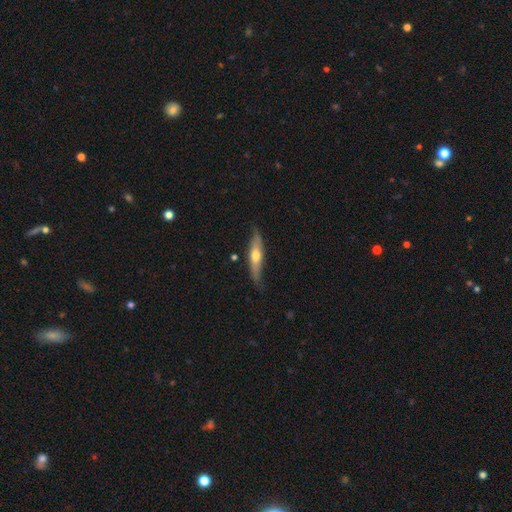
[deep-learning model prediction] This is possibly a featured or disk galaxy (49%). Merging: likely none (72%).